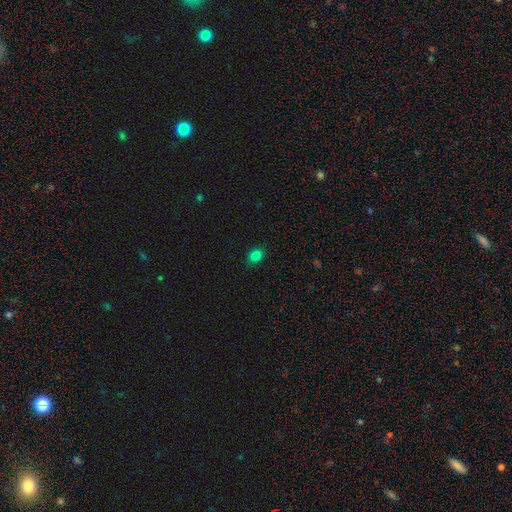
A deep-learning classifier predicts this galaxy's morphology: smooth-or-featured: smooth: 82% | star or artifact: 14% | featured or disk: 4%
  how-rounded: in between: 54% | round: 45% | cigar-shaped: 1%
  merging: none: 89% | minor disturbance: 8% | major disturbance: 2% | merger: 1%